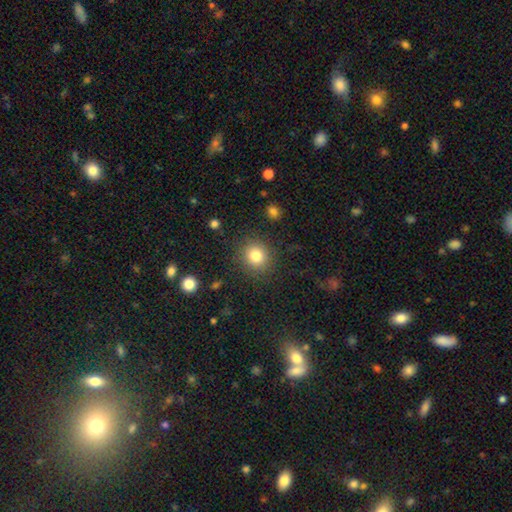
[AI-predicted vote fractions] A smooth galaxy with no disk features (82%) that is round (87%).

Vote fractions:
- Smooth or featured? smooth: 82% / star or artifact: 11% / featured or disk: 7%
- How rounded? round: 87% / in between: 12% / cigar-shaped: 1%
- Merging? none: 87% / minor disturbance: 8% / major disturbance: 3% / merger: 2%